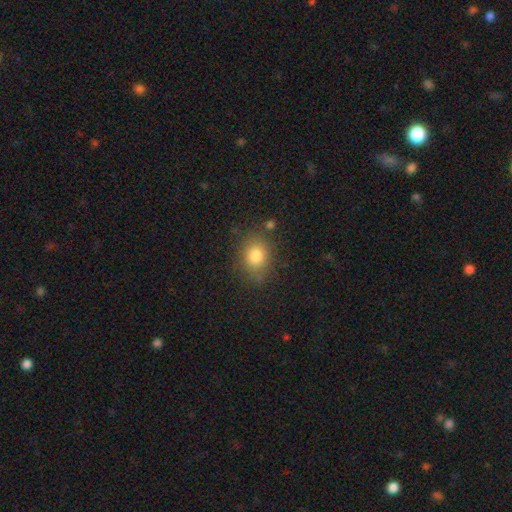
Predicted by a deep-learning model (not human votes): Smooth or featured?
  - smooth: 81% *
  - star or artifact: 10%
  - featured or disk: 8%
How rounded?
  - in between: 51% *
  - round: 48%
  - cigar-shaped: 1%
Merging?
  - none: 78% *
  - minor disturbance: 14%
  - major disturbance: 4%
  - merger: 4%